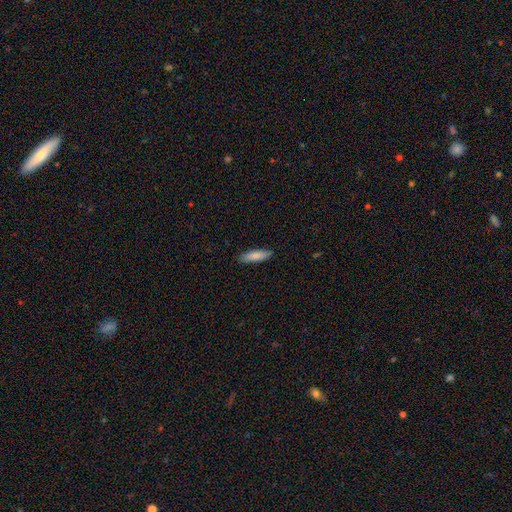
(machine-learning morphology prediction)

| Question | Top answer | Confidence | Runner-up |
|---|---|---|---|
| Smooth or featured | smooth | 85% | featured or disk (9%) |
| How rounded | cigar-shaped | 71% | in between (28%) |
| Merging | none | 89% | minor disturbance (9%) |